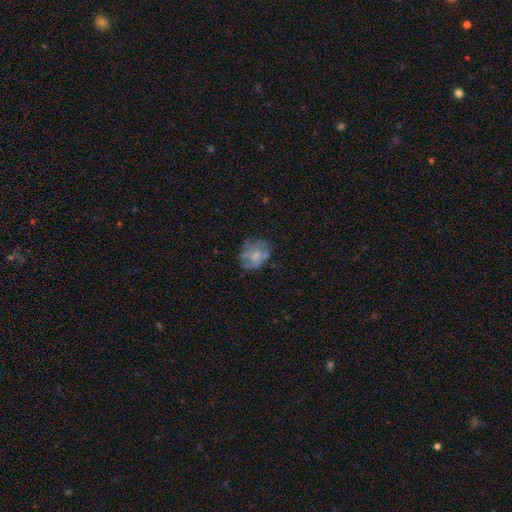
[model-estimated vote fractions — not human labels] Q: Smooth or featured?
A: featured or disk (52%); runner-up: smooth (39%)
Q: Edge-on disk?
A: no (97%); runner-up: yes (3%)
Q: Bar?
A: no (75%); runner-up: weak (22%)
Q: Spiral arms?
A: no (56%); runner-up: yes (44%)
Q: Bulge size?
A: small (44%); runner-up: moderate (39%)
Q: Merging?
A: none (54%); runner-up: minor disturbance (26%)